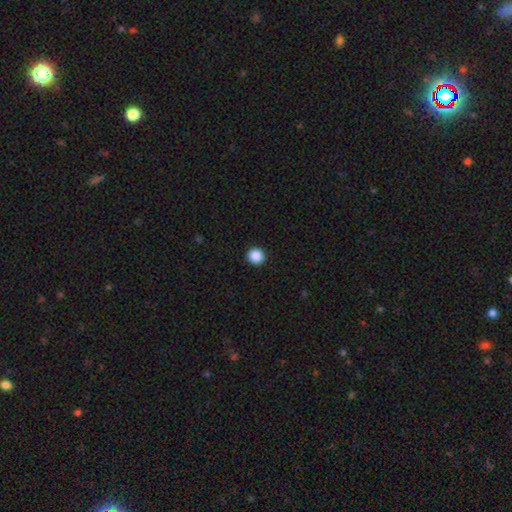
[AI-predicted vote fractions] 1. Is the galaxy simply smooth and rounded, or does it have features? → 89% smooth, 9% star or artifact, 2% featured or disk.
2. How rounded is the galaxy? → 95% round, 4% in between, 1% cigar-shaped.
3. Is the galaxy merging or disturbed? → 94% none, 4% minor disturbance, 2% major disturbance, 1% merger.